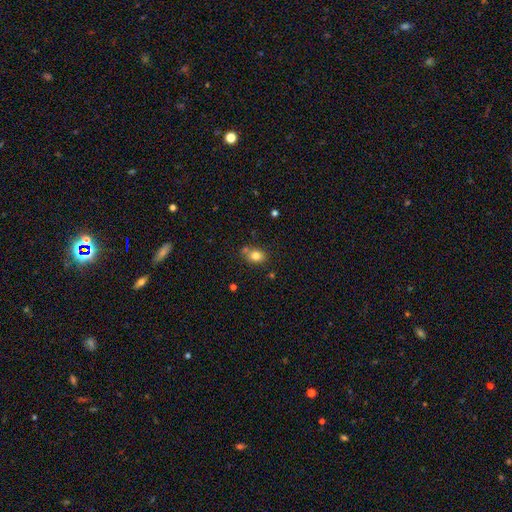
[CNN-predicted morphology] Q: Smooth or featured?
A: smooth (80%); runner-up: star or artifact (11%)
Q: How rounded?
A: in between (61%); runner-up: round (38%)
Q: Merging?
A: none (65%); runner-up: minor disturbance (16%)